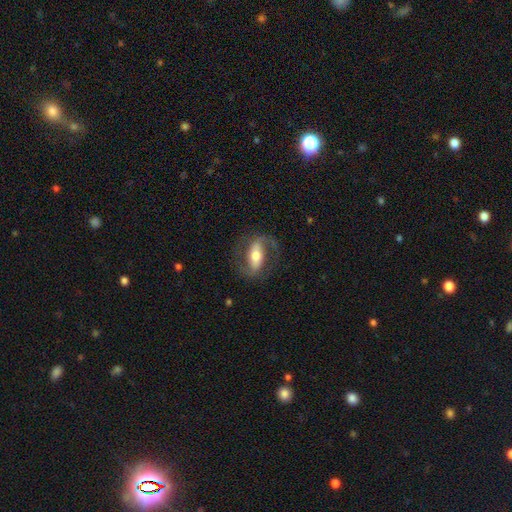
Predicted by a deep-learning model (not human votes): Overall: featured or disk (73%). Edge-on disk: no (91%). Bar: strong (55%; weak 26%). Spiral arms: yes (87%). Spiral arm count: 2 (85%). Spiral winding: medium (48%; loose 33%). Bulge size: moderate (61%). Merging: none (73%).